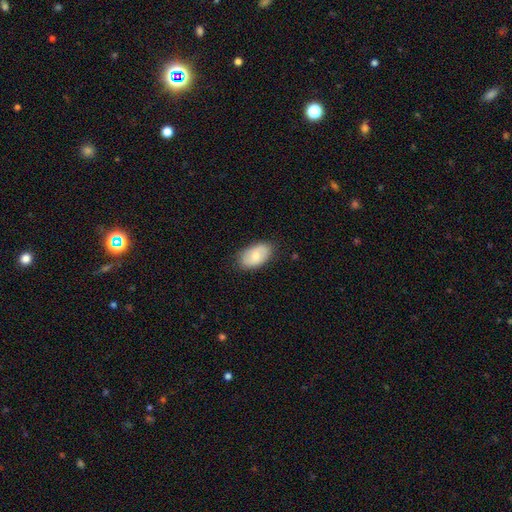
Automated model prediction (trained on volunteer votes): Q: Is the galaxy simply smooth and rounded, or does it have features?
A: smooth — 72%.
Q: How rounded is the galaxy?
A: in between — 93%.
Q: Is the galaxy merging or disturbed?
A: none — 82%.